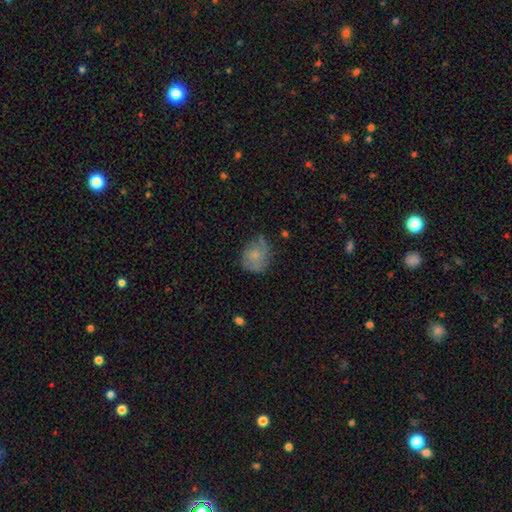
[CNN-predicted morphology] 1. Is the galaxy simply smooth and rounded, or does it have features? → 63% smooth, 28% featured or disk, 9% star or artifact.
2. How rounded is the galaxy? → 63% round, 36% in between, 1% cigar-shaped.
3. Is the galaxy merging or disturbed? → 53% none, 32% minor disturbance, 13% major disturbance, 2% merger.